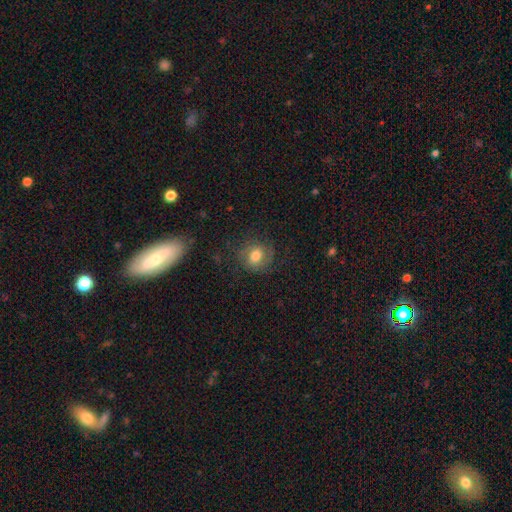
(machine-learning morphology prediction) smooth-or-featured: smooth: 61% | featured or disk: 29% | star or artifact: 10%
  how-rounded: round: 71% | in between: 28% | cigar-shaped: 1%
  merging: none: 71% | minor disturbance: 17% | major disturbance: 11% | merger: 1%